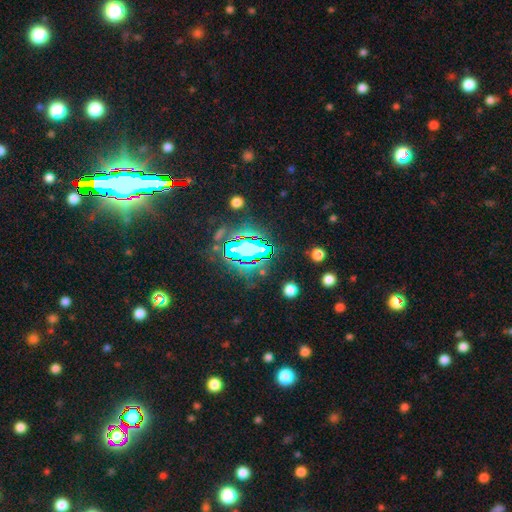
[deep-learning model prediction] Q: Smooth or featured?
A: star or artifact (77%); runner-up: smooth (12%)